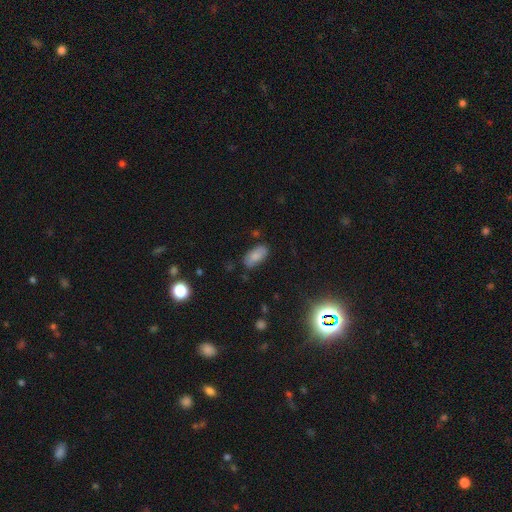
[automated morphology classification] Smooth or featured? Predicted: smooth (p=0.80). How rounded? Predicted: in between (p=0.91). Merging? Predicted: none (p=0.79).